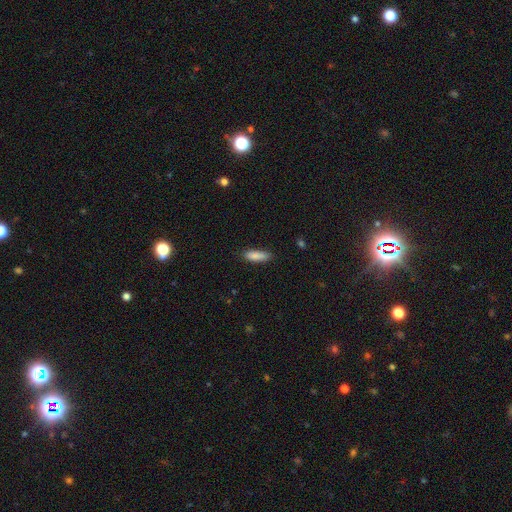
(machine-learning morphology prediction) The model was most divided on "how rounded": in between: 55%, cigar-shaped: 43%, round: 2%. More confident: smooth or featured — smooth (86%); merging — none (80%).